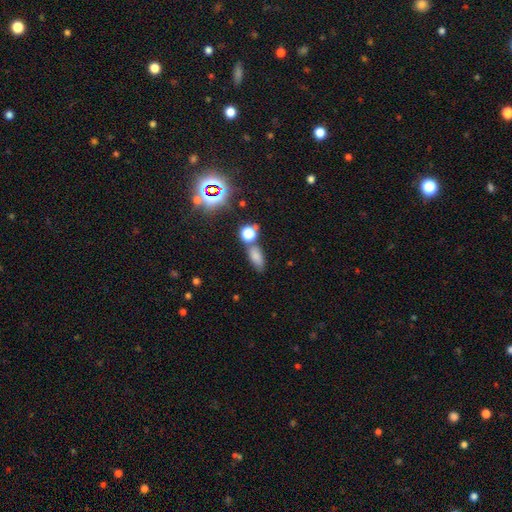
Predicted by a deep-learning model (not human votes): This appears to be a smooth galaxy with no disk features (71%) that is in between round and cigar-shaped (72%). Merging: none (62%).